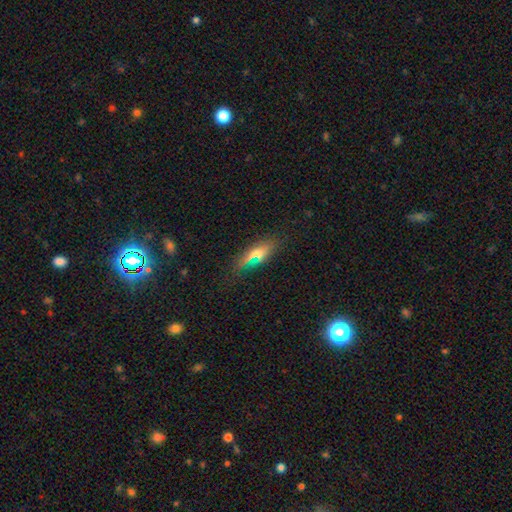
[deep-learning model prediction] smooth 60%, featured or disk 22%, star or artifact 18%. Down the decision tree: how rounded — in between (67%); merging — none (82%).